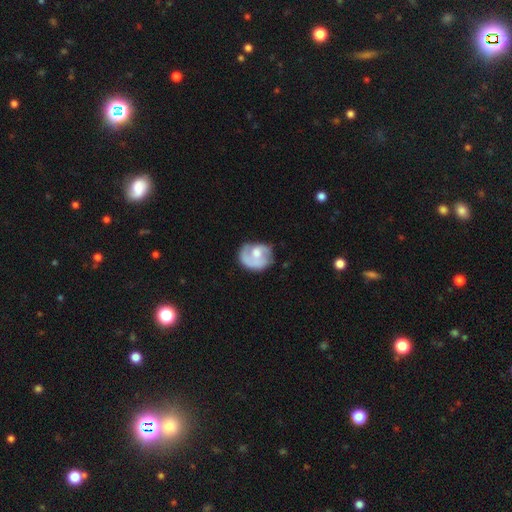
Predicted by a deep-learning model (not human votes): Smooth or featured?
  - featured or disk: 65% *
  - smooth: 30%
  - star or artifact: 6%
Edge-on disk?
  - no: 98% *
  - yes: 2%
Bar?
  - no: 72% *
  - weak: 24%
  - strong: 4%
Spiral arms?
  - yes: 78% *
  - no: 22%
Bulge size?
  - moderate: 58% *
  - small: 23%
  - large: 11%
  - none: 6%
  - dominant: 2%
Merging?
  - none: 55% *
  - minor disturbance: 25%
  - major disturbance: 18%
  - merger: 3%